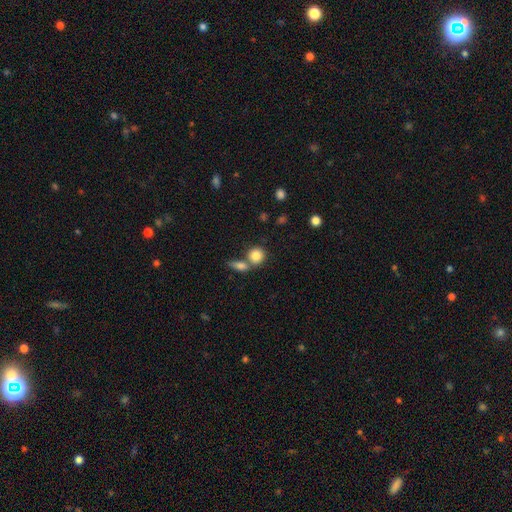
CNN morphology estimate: Smooth or featured: smooth — 83% (featured or disk — 8%)
How rounded: round — 80% (in between — 18%)
Merging: none — 51% (merger — 37%)